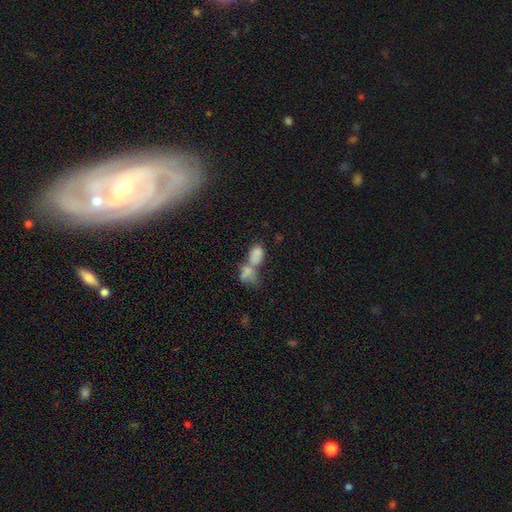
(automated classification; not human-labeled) Morphology: type=smooth (76%); roundness=in between (85%); merging=merger (71%).